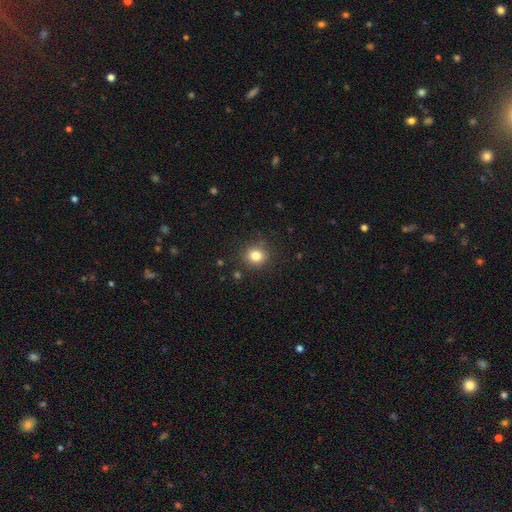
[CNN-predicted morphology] Smooth or featured?
  - smooth: 82% *
  - star or artifact: 12%
  - featured or disk: 6%
How rounded?
  - round: 84% *
  - in between: 15%
  - cigar-shaped: 1%
Merging?
  - none: 87% *
  - minor disturbance: 9%
  - major disturbance: 3%
  - merger: 2%